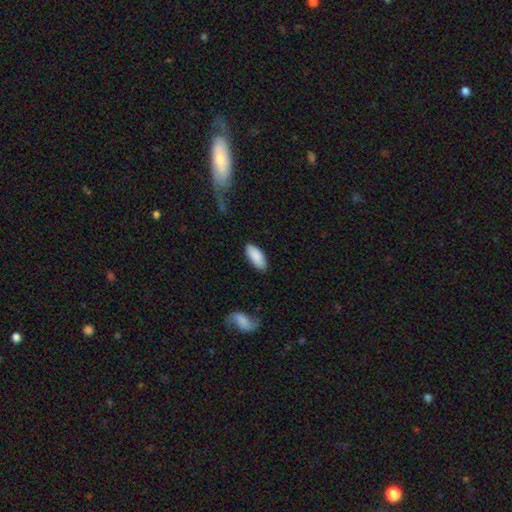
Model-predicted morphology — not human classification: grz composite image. It shows a smooth galaxy with no disk features (89%) that is in between round and cigar-shaped (87%). Merging: none (85%).